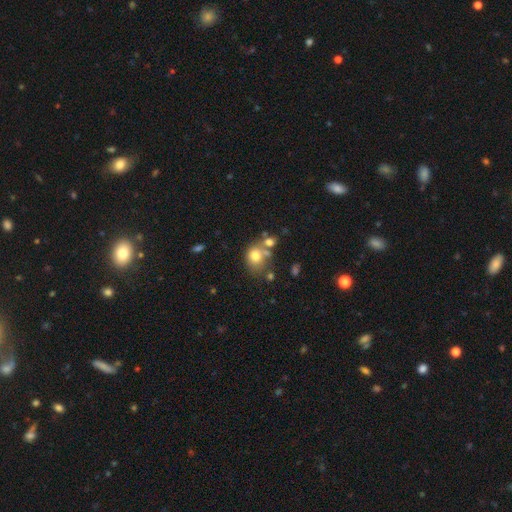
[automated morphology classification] A smooth galaxy with no disk features (72%) that is round (60%).

Vote fractions:
- Smooth or featured? smooth: 72% / featured or disk: 16% / star or artifact: 12%
- How rounded? round: 60% / in between: 39% / cigar-shaped: 1%
- Merging? none: 40% / merger: 35% / minor disturbance: 15% / major disturbance: 10%